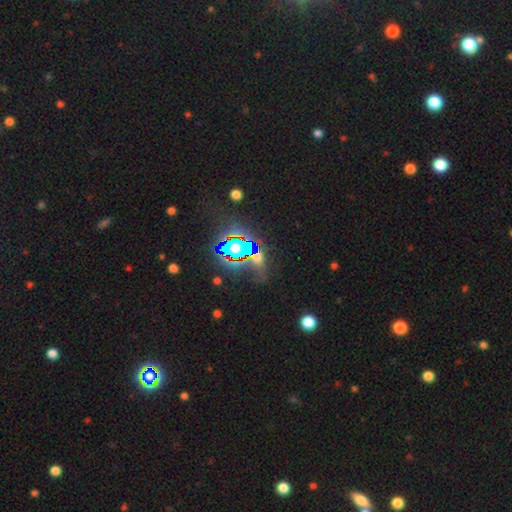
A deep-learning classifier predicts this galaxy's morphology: A star or artifact, not a galaxy (59%).

Vote fractions:
- Smooth or featured? star or artifact: 59% / smooth: 22% / featured or disk: 19%